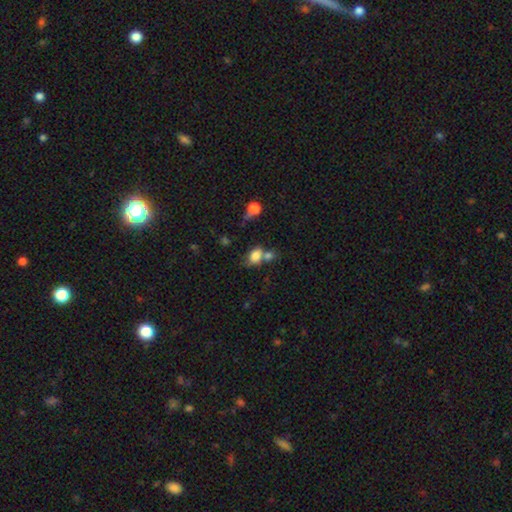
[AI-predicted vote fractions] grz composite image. It shows a smooth galaxy with no disk features (77%) that is in between round and cigar-shaped (73%). Merging: merger (40%).